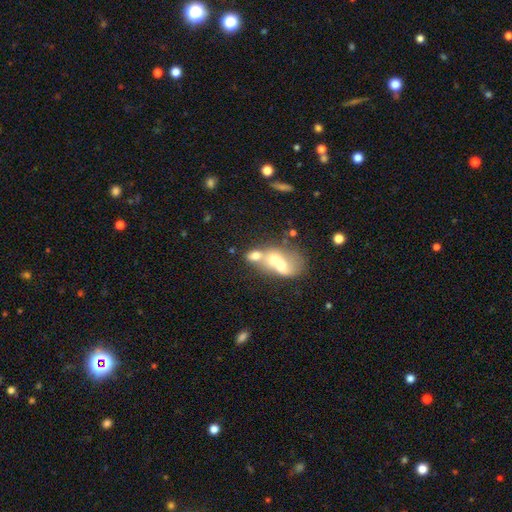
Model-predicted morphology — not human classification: Smooth or featured: smooth — 58% (featured or disk — 31%)
How rounded: in between — 50% (round — 48%)
Merging: merger — 76% (none — 13%)